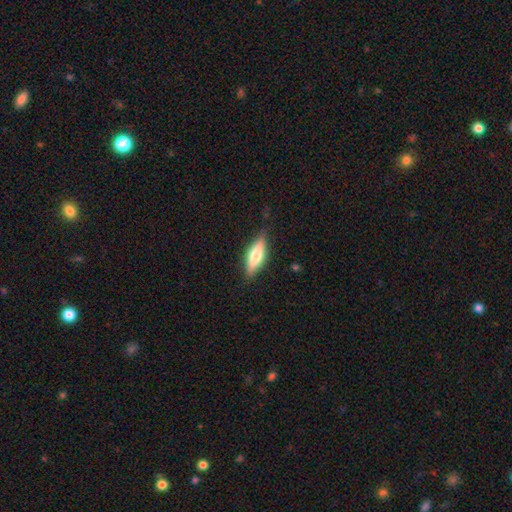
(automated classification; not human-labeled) Smooth or featured?
  - smooth: 55% *
  - featured or disk: 39%
  - star or artifact: 6%
How rounded?
  - in between: 53% *
  - cigar-shaped: 45%
  - round: 2%
Merging?
  - none: 82% *
  - minor disturbance: 14%
  - major disturbance: 3%
  - merger: 1%